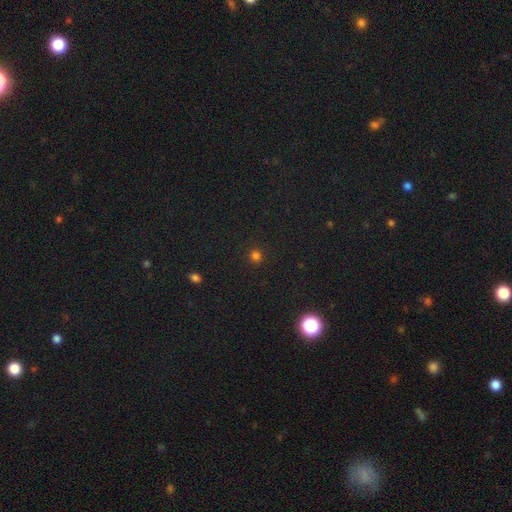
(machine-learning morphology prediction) type=smooth (78%); roundness=round (92%); merging=none (91%).